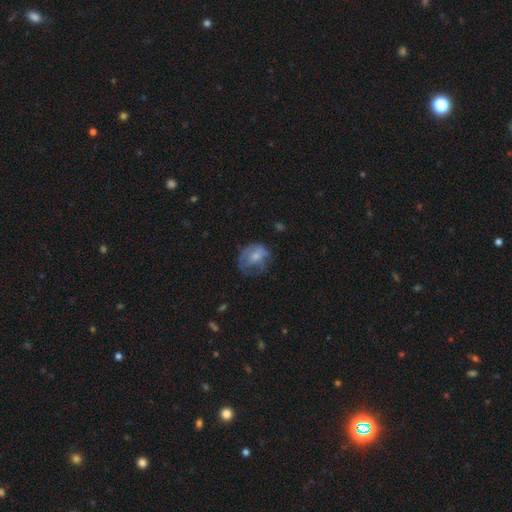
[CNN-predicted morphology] A smooth galaxy with no disk features (52%) that is round (57%).

Vote fractions:
- Smooth or featured? smooth: 52% / featured or disk: 39% / star or artifact: 9%
- How rounded? round: 57% / in between: 42% / cigar-shaped: 1%
- Merging? none: 41% / minor disturbance: 29% / major disturbance: 28% / merger: 2%